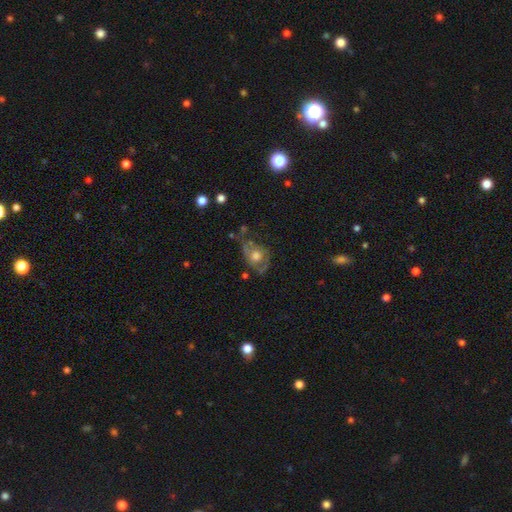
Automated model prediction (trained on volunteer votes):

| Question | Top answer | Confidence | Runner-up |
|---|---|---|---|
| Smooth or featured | featured or disk | 48% | smooth (41%) |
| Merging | none | 39% | minor disturbance (29%) |